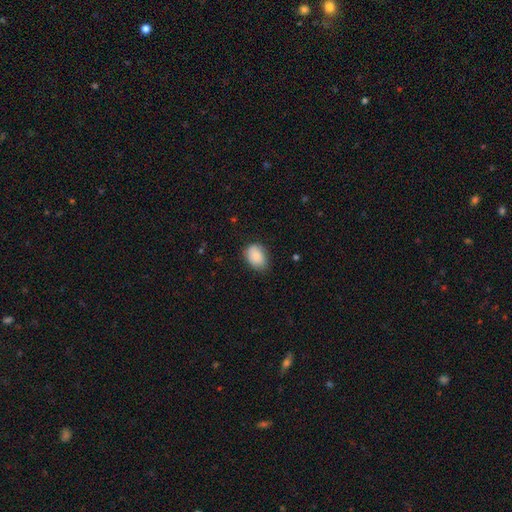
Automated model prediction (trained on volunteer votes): Q: Smooth or featured?
A: smooth (83%); runner-up: featured or disk (10%)
Q: How rounded?
A: in between (78%); runner-up: round (21%)
Q: Merging?
A: none (70%); runner-up: minor disturbance (24%)